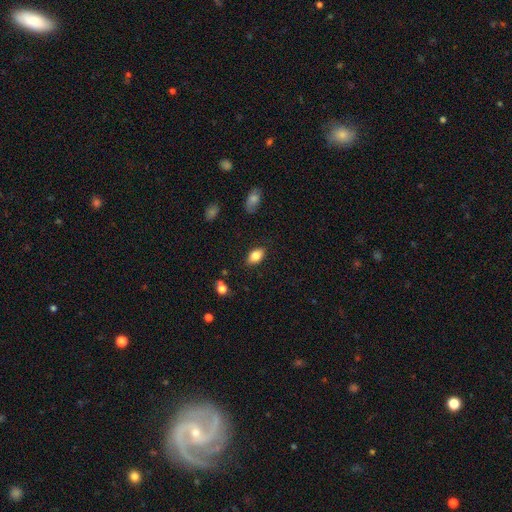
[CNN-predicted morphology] Smooth or featured? smooth (83%)
How rounded? in between (89%)
Merging? none (85%)